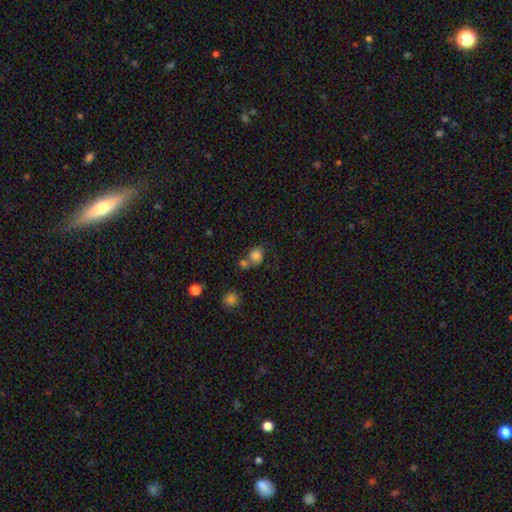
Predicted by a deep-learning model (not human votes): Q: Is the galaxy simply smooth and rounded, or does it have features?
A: smooth — 78%.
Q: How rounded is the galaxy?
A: round — 71%.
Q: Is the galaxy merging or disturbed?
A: merger — 39%, tied with none.